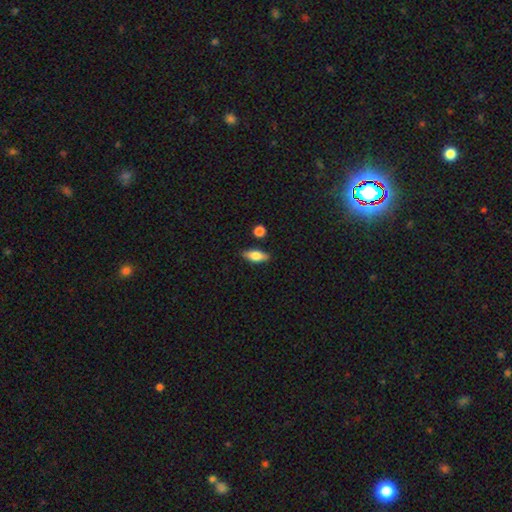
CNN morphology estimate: Smooth or featured? Predicted: smooth (p=0.68). How rounded? Predicted: in between (p=0.73). Merging? Predicted: none (p=0.84).